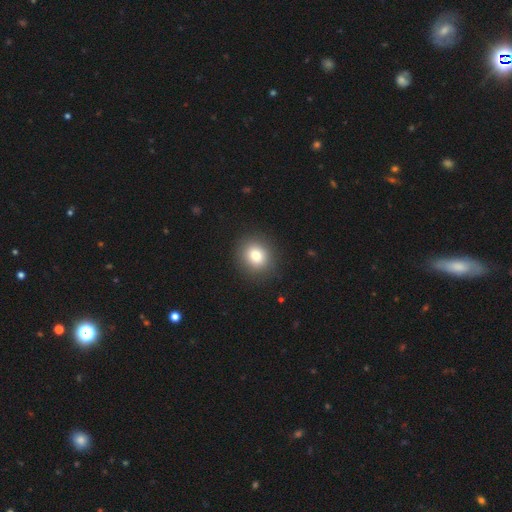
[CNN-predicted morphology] type=smooth (81%); roundness=round (81%); merging=none (89%).